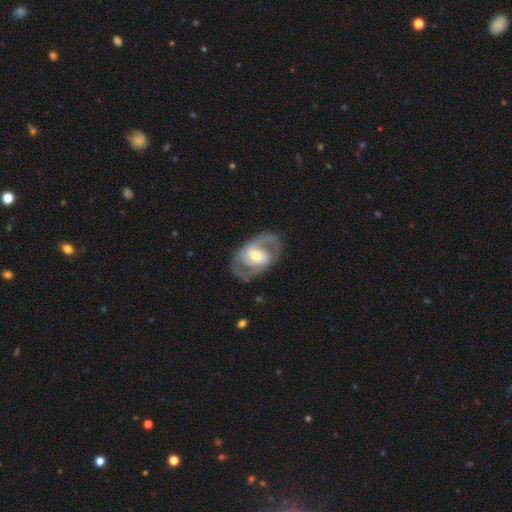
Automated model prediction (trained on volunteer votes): Smooth or featured?
  - featured or disk: 83% *
  - smooth: 12%
  - star or artifact: 5%
Edge-on disk?
  - no: 96% *
  - yes: 4%
Bar?
  - weak: 42% *
  - no: 34%
  - strong: 24%
Spiral arms?
  - yes: 88% *
  - no: 12%
Spiral winding?
  - medium: 52% *
  - tight: 29%
  - loose: 19%
Spiral arm count?
  - 2: 83% *
  - can't tell: 8%
  - 3: 4%
  - 1: 3%
  - 4: 1%
  - more than 4: 1%
Bulge size?
  - moderate: 62% *
  - small: 27%
  - large: 9%
  - none: 1%
  - dominant: 1%
Merging?
  - none: 76% *
  - minor disturbance: 14%
  - major disturbance: 9%
  - merger: 1%